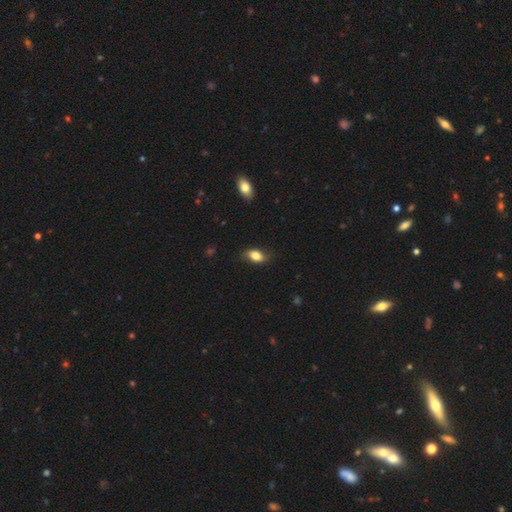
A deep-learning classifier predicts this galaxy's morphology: Smooth or featured? Predicted: smooth (p=0.80). How rounded? Predicted: in between (p=0.88). Merging? Predicted: none (p=0.76).